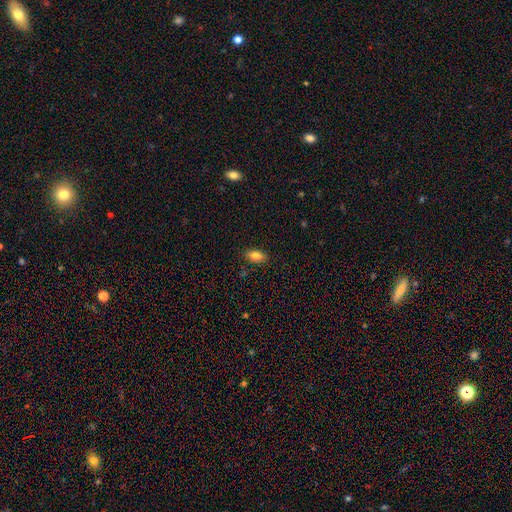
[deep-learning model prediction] smooth 82%, featured or disk 9%, star or artifact 9%. Down the decision tree: how rounded — in between (88%); merging — none (87%).